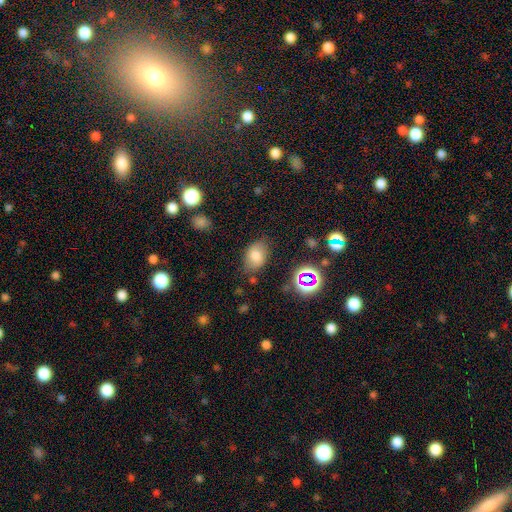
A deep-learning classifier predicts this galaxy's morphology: This appears to be a smooth galaxy with no disk features (75%) that is in between round and cigar-shaped (83%). Merging: none (76%).